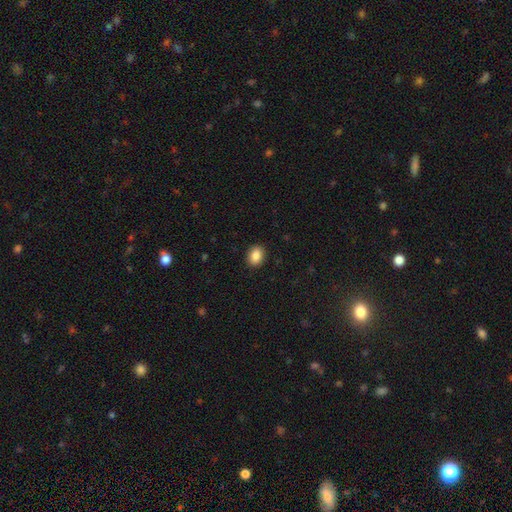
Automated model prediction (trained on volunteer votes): Smooth or featured: smooth — 88% (star or artifact — 8%)
How rounded: in between — 66% (round — 32%)
Merging: none — 91% (minor disturbance — 7%)